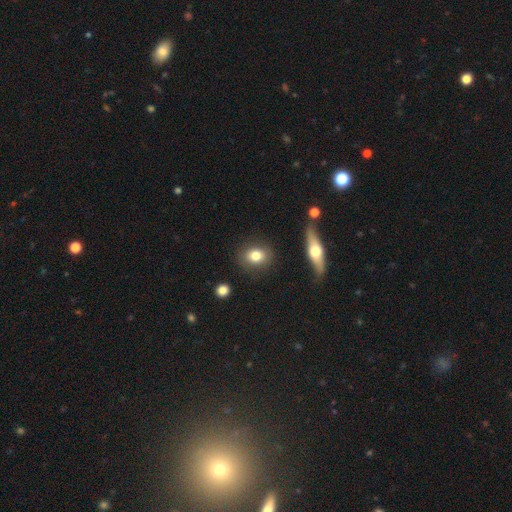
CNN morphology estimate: A smooth galaxy with no disk features (80%) that is round (51%). Merging: none (85%).